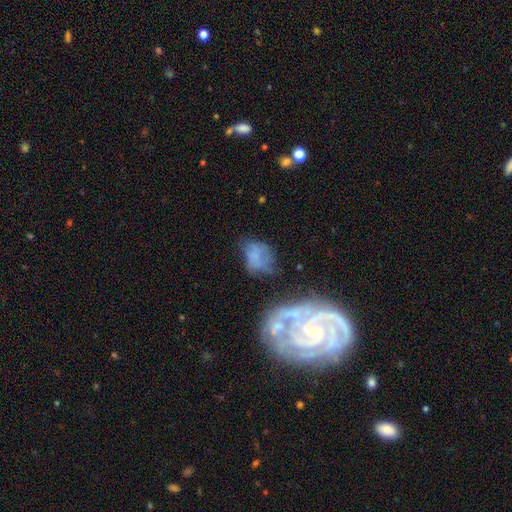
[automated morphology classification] Q: Smooth or featured?
A: smooth (53%); runner-up: featured or disk (31%)
Q: How rounded?
A: in between (77%); runner-up: round (21%)
Q: Merging?
A: none (33%); runner-up: major disturbance (28%)